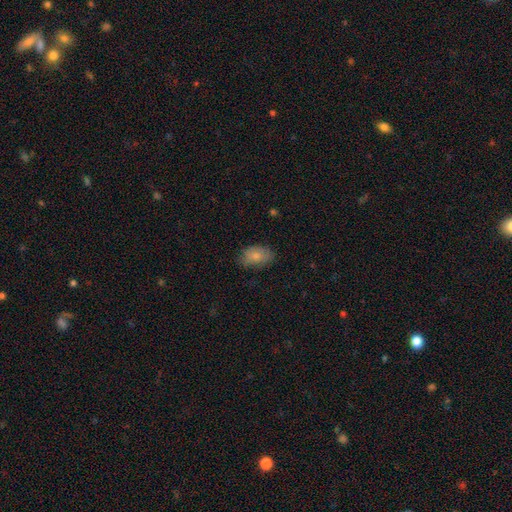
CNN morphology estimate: smooth-or-featured: smooth: 81% | featured or disk: 12% | star or artifact: 7%
  how-rounded: in between: 90% | round: 8% | cigar-shaped: 2%
  merging: none: 73% | minor disturbance: 21% | major disturbance: 5% | merger: 1%